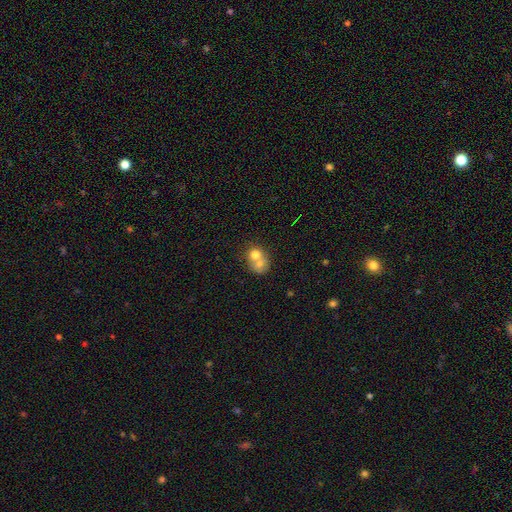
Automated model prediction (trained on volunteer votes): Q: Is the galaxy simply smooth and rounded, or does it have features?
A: smooth — 68%.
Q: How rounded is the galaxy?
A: round — 69%.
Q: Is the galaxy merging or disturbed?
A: merger — 69%.